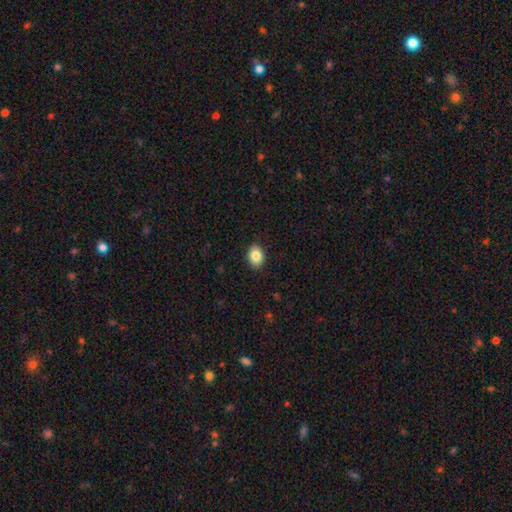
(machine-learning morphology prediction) The model was most divided on "how rounded": in between: 65%, round: 34%, cigar-shaped: 1%. More confident: merging — none (90%); smooth or featured — smooth (85%).